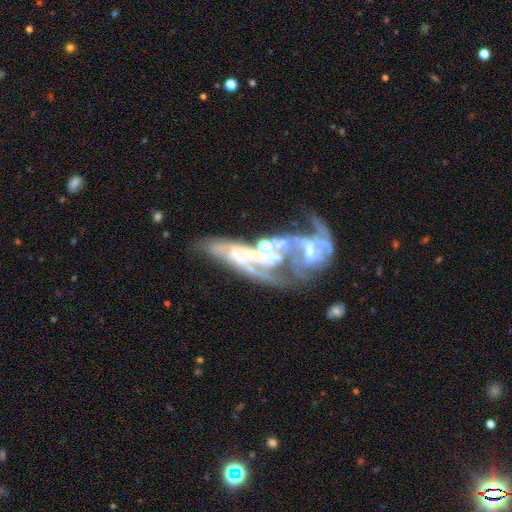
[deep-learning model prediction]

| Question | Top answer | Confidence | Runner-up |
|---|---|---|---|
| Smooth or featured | featured or disk | 77% | star or artifact (11%) |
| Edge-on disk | no | 89% | yes (11%) |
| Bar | no | 55% | weak (26%) |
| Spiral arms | yes | 77% | no (23%) |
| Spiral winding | medium | 36% | tight (32%) |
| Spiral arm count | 2 | 43% | can't tell (31%) |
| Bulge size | small | 43% | moderate (31%) |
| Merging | merger | 68% | major disturbance (14%) |